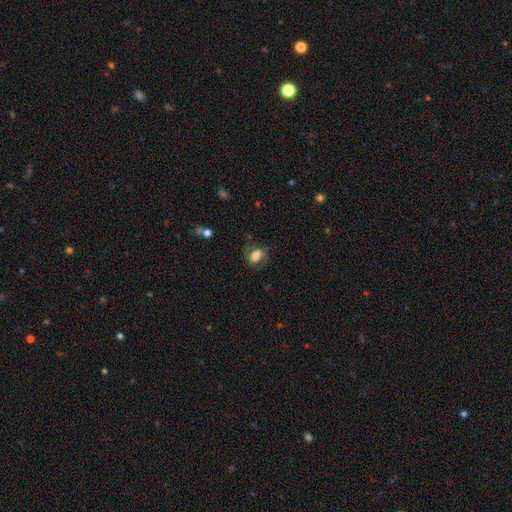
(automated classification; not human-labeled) This is likely a smooth galaxy (61%). How rounded: likely in between (70%). Merging: likely none (64%).